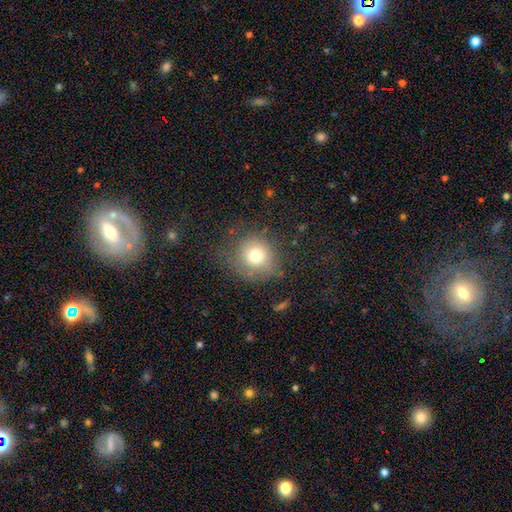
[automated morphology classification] Smooth or featured: smooth — 72% (featured or disk — 14%)
How rounded: round — 84% (in between — 15%)
Merging: none — 65% (minor disturbance — 20%)